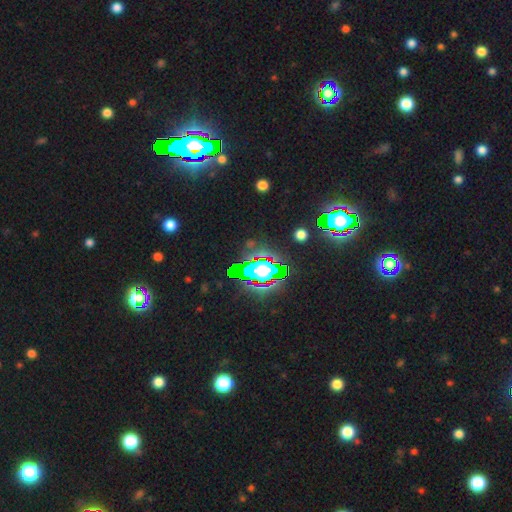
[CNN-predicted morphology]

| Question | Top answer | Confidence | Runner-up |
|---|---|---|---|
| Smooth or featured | star or artifact | 84% | smooth (9%) |